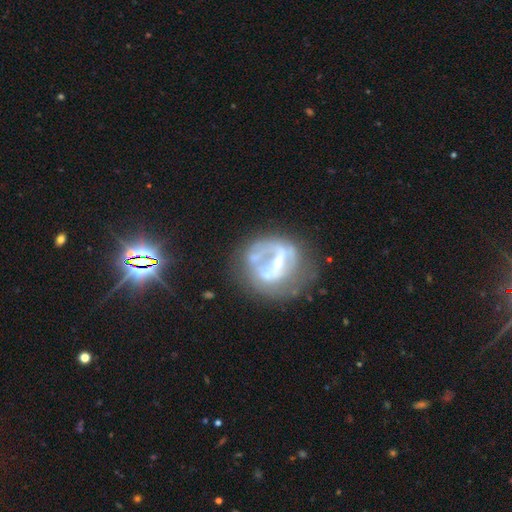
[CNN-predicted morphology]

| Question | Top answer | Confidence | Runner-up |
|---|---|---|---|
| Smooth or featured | featured or disk | 72% | smooth (19%) |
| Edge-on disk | no | 96% | yes (4%) |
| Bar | strong | 42% | weak (33%) |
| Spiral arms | no | 53% | yes (47%) |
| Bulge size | small | 52% | moderate (34%) |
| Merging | none | 44% | major disturbance (27%) |